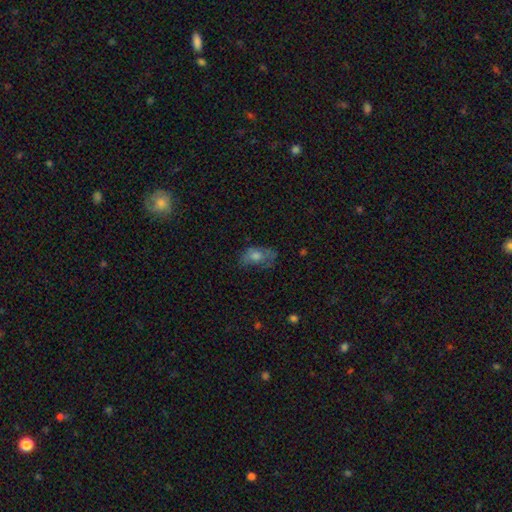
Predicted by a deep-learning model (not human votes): Smooth or featured? smooth (58%)
How rounded? in between (82%)
Merging? none (51%)